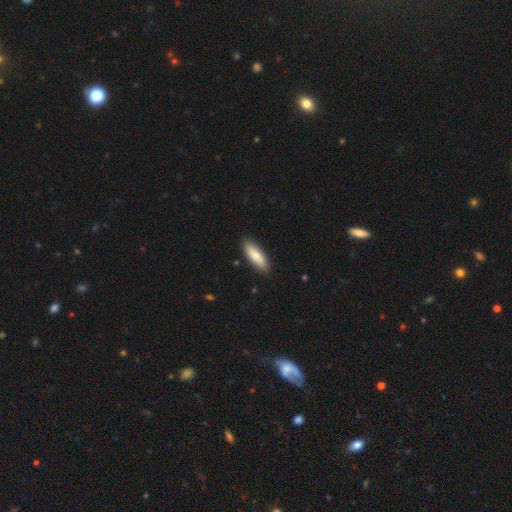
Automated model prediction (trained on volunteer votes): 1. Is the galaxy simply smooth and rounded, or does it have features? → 81% smooth, 14% featured or disk, 5% star or artifact.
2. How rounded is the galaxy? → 60% in between, 38% cigar-shaped, 2% round.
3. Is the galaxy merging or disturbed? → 88% none, 9% minor disturbance, 2% major disturbance, 1% merger.